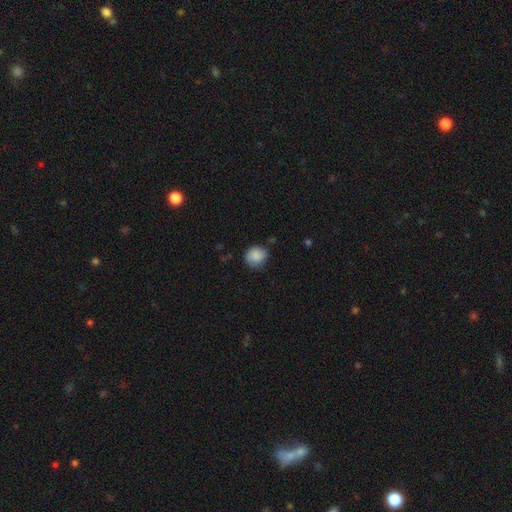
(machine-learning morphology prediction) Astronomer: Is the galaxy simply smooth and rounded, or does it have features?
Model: smooth — 83%.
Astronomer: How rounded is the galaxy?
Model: round — 80%.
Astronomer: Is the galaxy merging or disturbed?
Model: none — 68%.